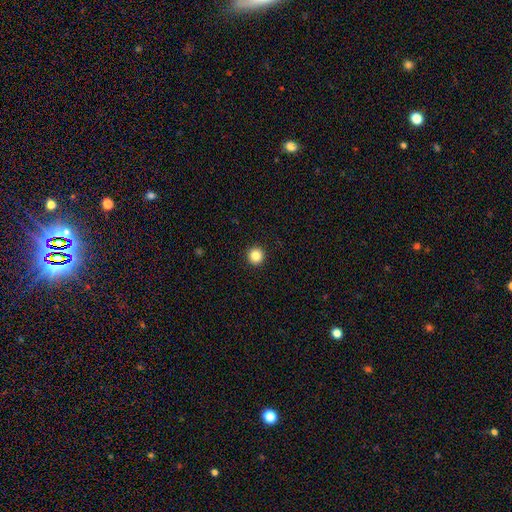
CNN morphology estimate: Overall: smooth (86%). How rounded: round (96%). Merging: none (94%).